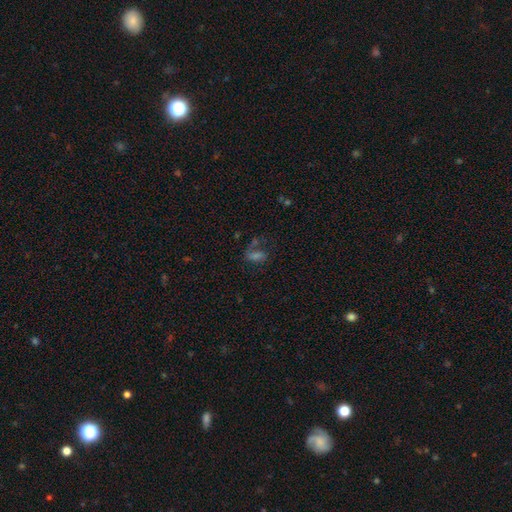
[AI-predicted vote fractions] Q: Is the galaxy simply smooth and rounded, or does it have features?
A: smooth — 41%.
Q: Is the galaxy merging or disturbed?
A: none — 43%.